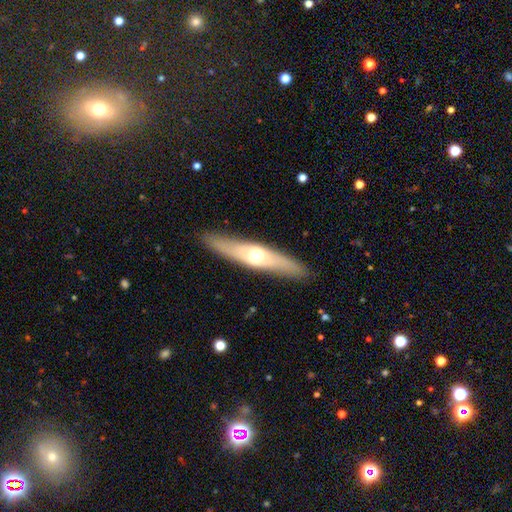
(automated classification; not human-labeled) smooth-or-featured: featured or disk: 56% | smooth: 39% | star or artifact: 5%
  disk-edge-on: yes: 82% | no: 18%
  merging: none: 88% | minor disturbance: 8% | major disturbance: 2% | merger: 1%